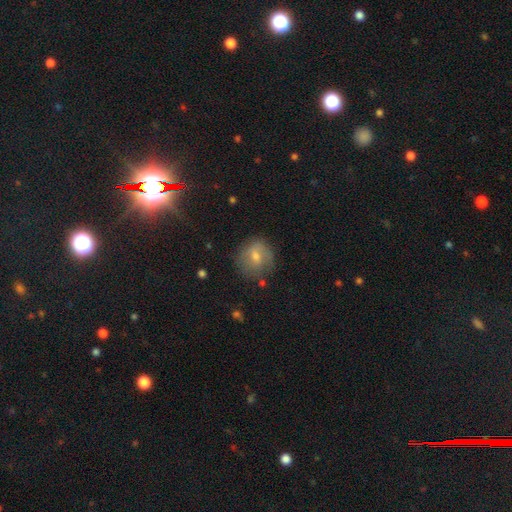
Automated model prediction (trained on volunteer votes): This is possibly a smooth galaxy (46%). Merging: likely none (73%).